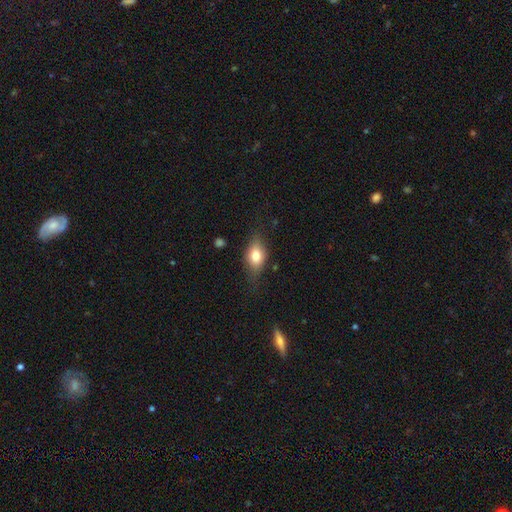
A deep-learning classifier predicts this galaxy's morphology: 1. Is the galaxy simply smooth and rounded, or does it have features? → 69% smooth, 22% featured or disk, 8% star or artifact.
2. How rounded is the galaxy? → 76% in between, 19% round, 6% cigar-shaped.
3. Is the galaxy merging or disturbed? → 68% none, 23% minor disturbance, 8% major disturbance, 2% merger.